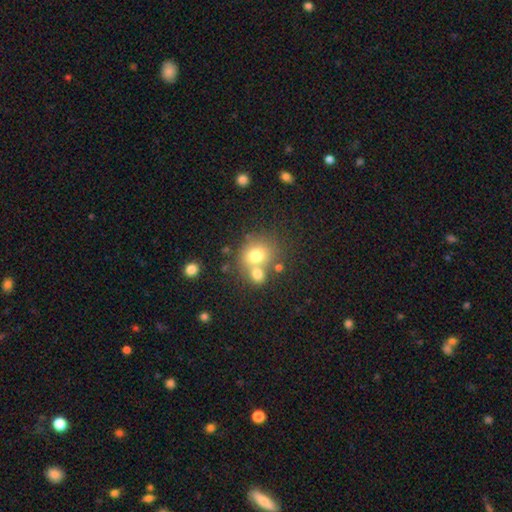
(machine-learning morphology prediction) The model was most divided on "merging" (2-way tie): none: 43%, merger: 43%, minor disturbance: 10%, major disturbance: 5%. More confident: smooth or featured — smooth (72%); how rounded — round (68%).